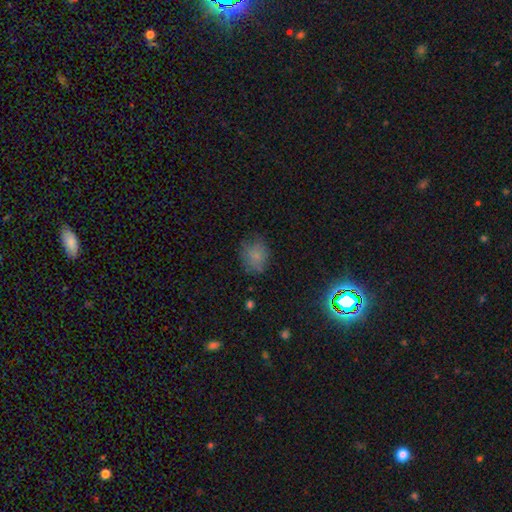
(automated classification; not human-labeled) This is likely a smooth galaxy (77%). How rounded: possibly round (58%). Merging: likely none (68%).